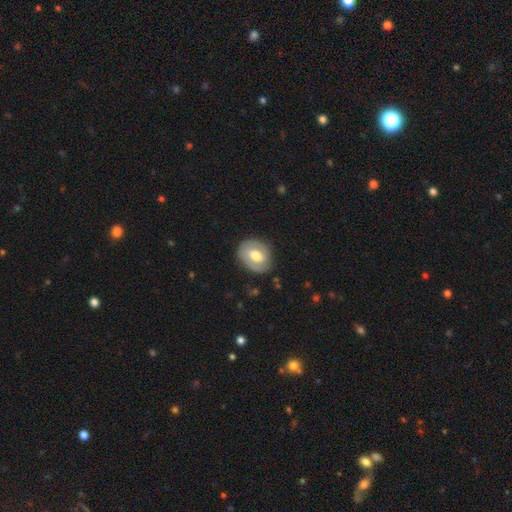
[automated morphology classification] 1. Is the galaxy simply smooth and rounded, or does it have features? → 54% featured or disk, 40% smooth, 6% star or artifact.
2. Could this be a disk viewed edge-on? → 95% no, 5% yes.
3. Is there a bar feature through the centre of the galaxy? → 44% no, 40% weak, 16% strong.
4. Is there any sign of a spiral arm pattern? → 53% yes, 47% no.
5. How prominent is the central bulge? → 65% moderate, 24% large, 8% small, 2% dominant, 1% none.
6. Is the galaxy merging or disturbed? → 79% none, 15% minor disturbance, 5% major disturbance, 1% merger.